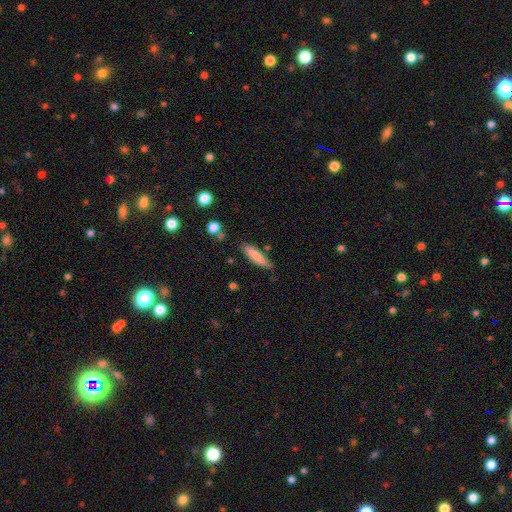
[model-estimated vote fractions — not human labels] Q: Smooth or featured?
A: smooth (80%); runner-up: featured or disk (14%)
Q: How rounded?
A: cigar-shaped (66%); runner-up: in between (32%)
Q: Merging?
A: none (75%); runner-up: minor disturbance (17%)